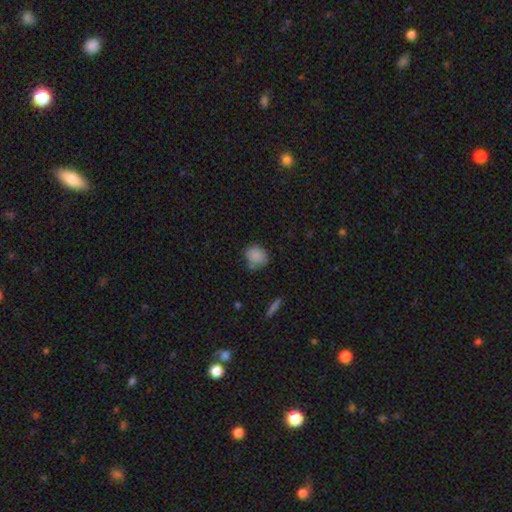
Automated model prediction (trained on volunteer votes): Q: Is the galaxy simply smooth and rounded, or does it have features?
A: smooth — 86%.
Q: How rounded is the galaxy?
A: round — 74%.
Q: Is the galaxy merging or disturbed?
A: none — 67%.